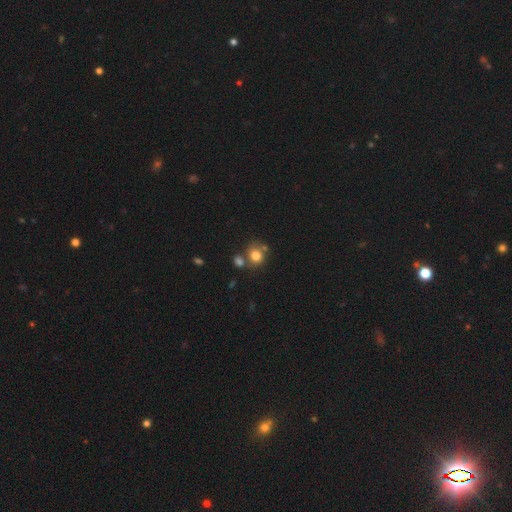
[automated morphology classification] smooth 79%, star or artifact 12%, featured or disk 9%. Down the decision tree: how rounded — round (77%); merging — none (57%).